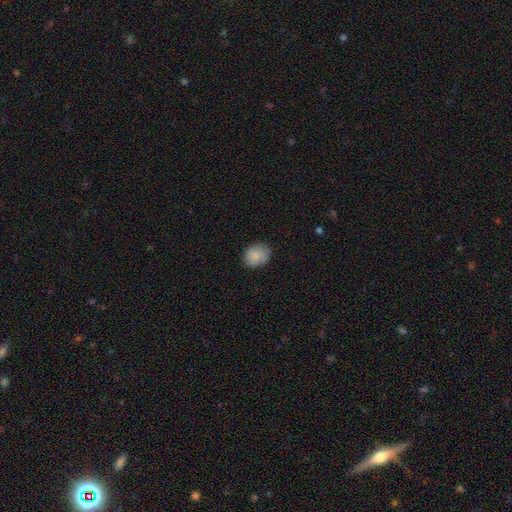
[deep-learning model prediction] A smooth galaxy with no disk features (86%) that is in between round and cigar-shaped (54%).

Vote fractions:
- Smooth or featured? smooth: 86% / featured or disk: 7% / star or artifact: 7%
- How rounded? in between: 54% / round: 45% / cigar-shaped: 1%
- Merging? none: 78% / minor disturbance: 18% / major disturbance: 3% / merger: 1%